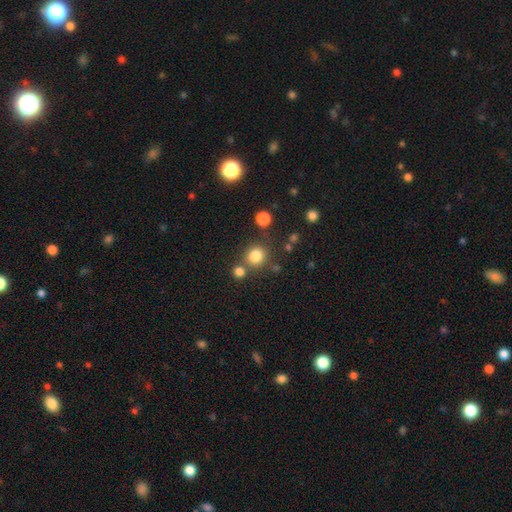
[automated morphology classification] The model was most divided on "merging": none: 73%, merger: 14%, minor disturbance: 9%, major disturbance: 4%. More confident: how rounded — round (87%); smooth or featured — smooth (81%).